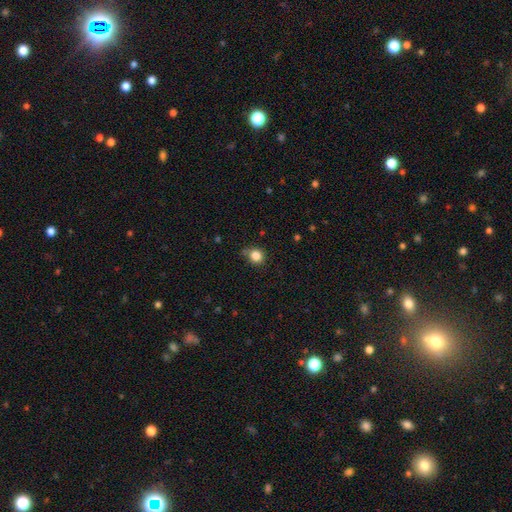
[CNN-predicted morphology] smooth-or-featured: smooth: 83% | star or artifact: 12% | featured or disk: 5%
  how-rounded: round: 82% | in between: 17% | cigar-shaped: 1%
  merging: none: 71% | minor disturbance: 20% | merger: 5% | major disturbance: 5%